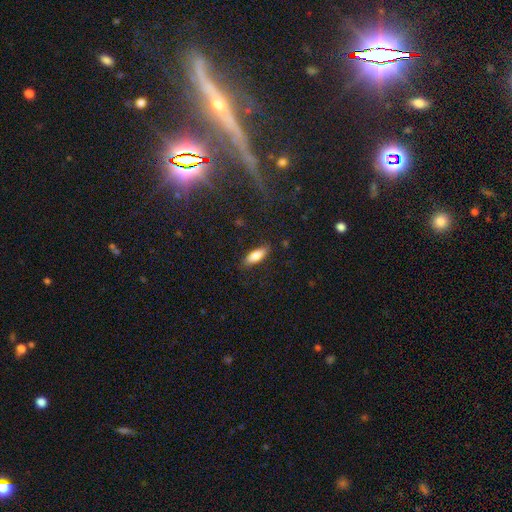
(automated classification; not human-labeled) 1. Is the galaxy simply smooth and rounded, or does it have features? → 79% smooth, 14% featured or disk, 7% star or artifact.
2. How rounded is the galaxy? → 65% in between, 33% cigar-shaped, 2% round.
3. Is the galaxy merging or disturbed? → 85% none, 11% minor disturbance, 3% major disturbance, 1% merger.